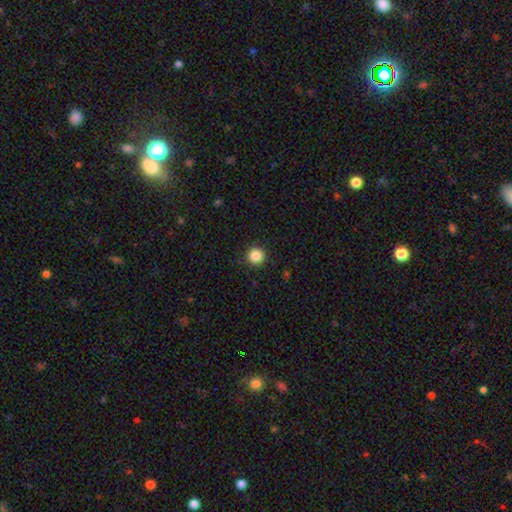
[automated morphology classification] This appears to be a smooth galaxy with no disk features (86%) that is round (96%). Merging: none (92%).